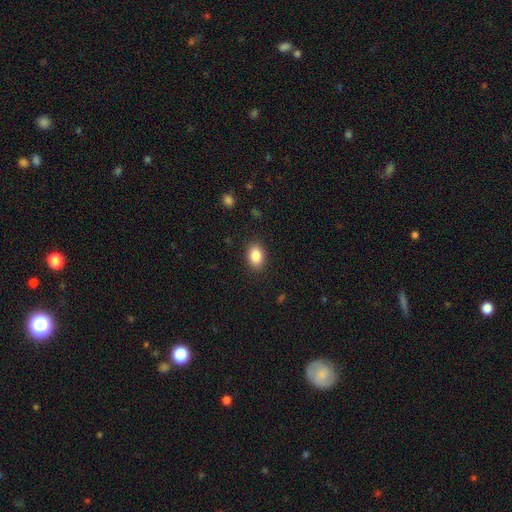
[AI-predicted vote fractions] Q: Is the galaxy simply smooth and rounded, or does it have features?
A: smooth — 86%.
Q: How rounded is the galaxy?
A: in between — 79%.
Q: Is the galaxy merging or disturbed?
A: none — 88%.